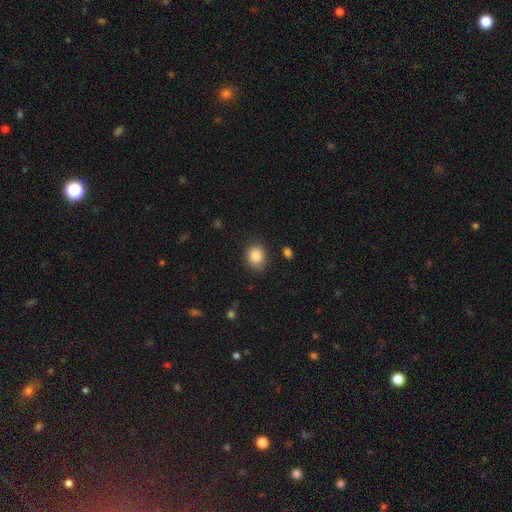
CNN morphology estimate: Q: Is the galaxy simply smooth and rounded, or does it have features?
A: smooth — 87%.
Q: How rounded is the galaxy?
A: round — 64%.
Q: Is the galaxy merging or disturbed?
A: none — 80%.